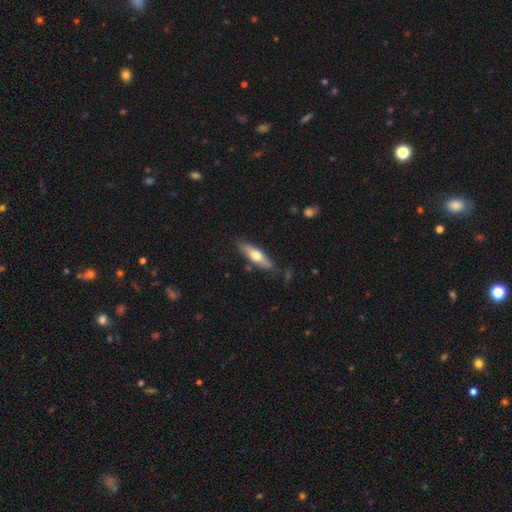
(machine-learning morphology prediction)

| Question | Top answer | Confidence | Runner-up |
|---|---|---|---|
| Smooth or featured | smooth | 54% | featured or disk (40%) |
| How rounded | cigar-shaped | 62% | in between (36%) |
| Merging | none | 81% | minor disturbance (14%) |